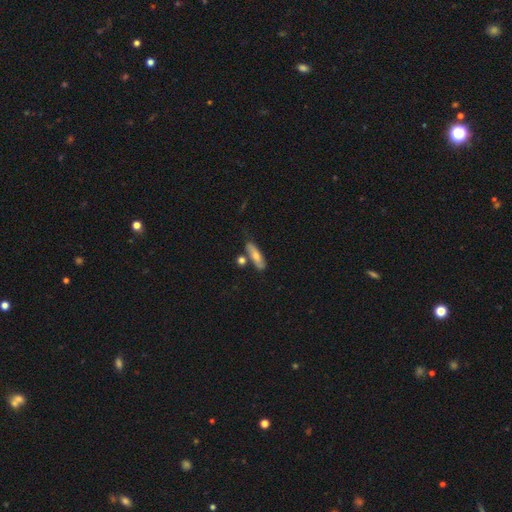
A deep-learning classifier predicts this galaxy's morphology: smooth_or_featured: smooth (p=0.58) [alt: featured or disk p=0.35]
how_rounded: cigar-shaped (p=0.49) [alt: in between p=0.48]
merging: none (p=0.67) [alt: minor disturbance p=0.17]